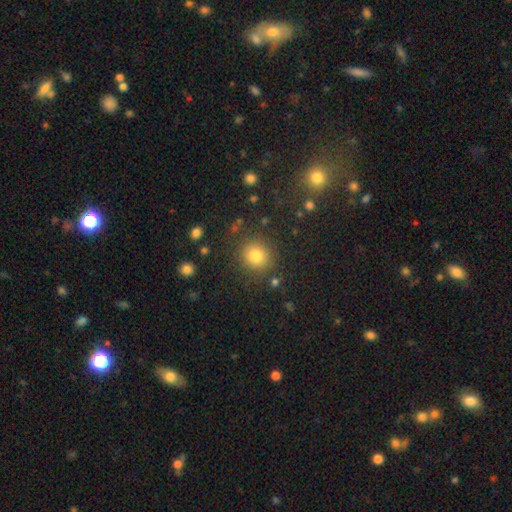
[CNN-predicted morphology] Smooth or featured? smooth (81%)
How rounded? round (87%)
Merging? none (87%)